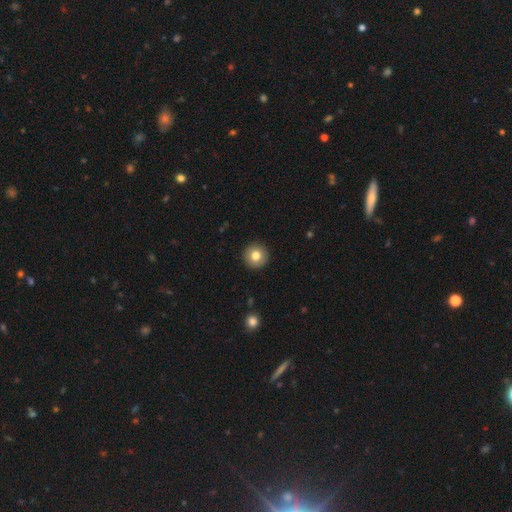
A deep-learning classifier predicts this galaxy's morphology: type=smooth (80%); roundness=round (96%); merging=none (93%).